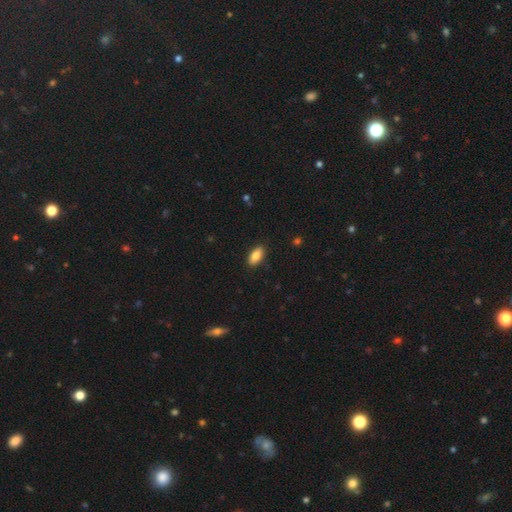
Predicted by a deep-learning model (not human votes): smooth-or-featured: smooth: 84% | featured or disk: 8% | star or artifact: 7%
  how-rounded: in between: 89% | cigar-shaped: 8% | round: 3%
  merging: none: 89% | minor disturbance: 8% | major disturbance: 2% | merger: 1%